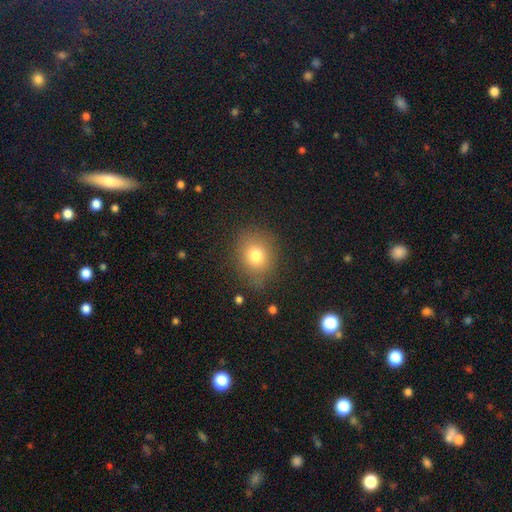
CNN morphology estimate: Overall: smooth (77%). How rounded: round (64%; in between 35%). Merging: none (80%).